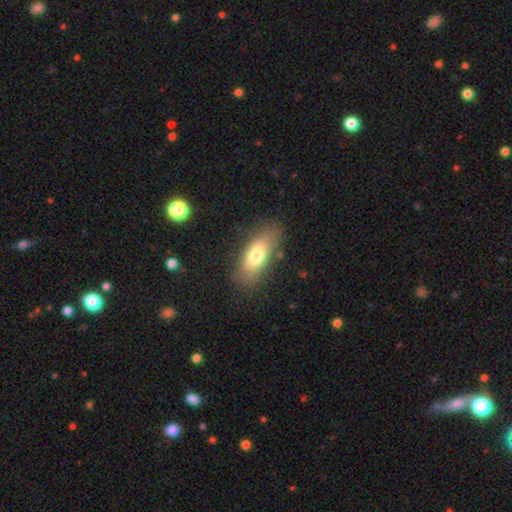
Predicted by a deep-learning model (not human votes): The model was most divided on "smooth or featured": smooth: 75%, featured or disk: 18%, star or artifact: 8%. More confident: how rounded — in between (81%); merging — none (78%).